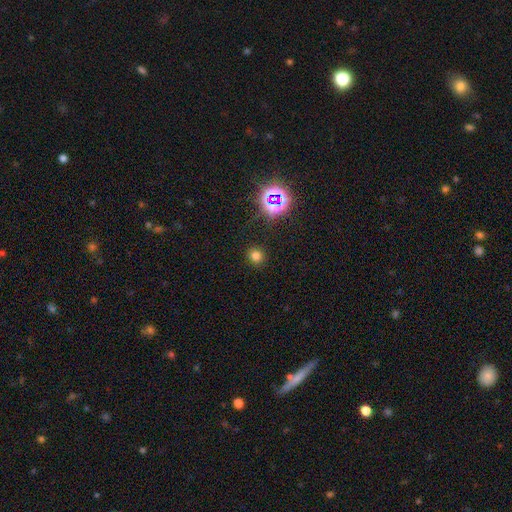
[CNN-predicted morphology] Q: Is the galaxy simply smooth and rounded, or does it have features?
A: smooth — 72%.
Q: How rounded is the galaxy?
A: round — 86%.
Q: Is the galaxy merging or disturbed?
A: none — 89%.